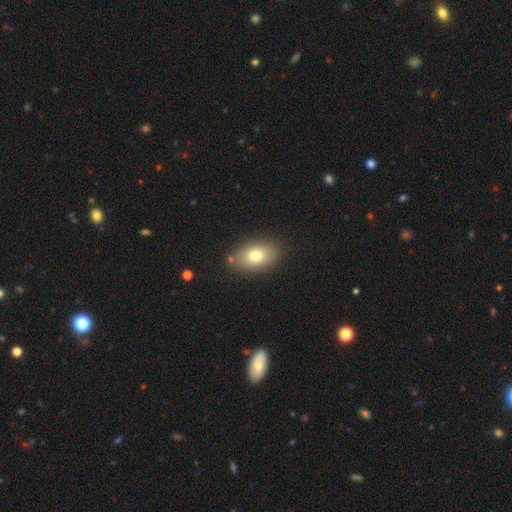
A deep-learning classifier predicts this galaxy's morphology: smooth 75%, featured or disk 15%, star or artifact 10%. Down the decision tree: how rounded — in between (85%); merging — none (84%).